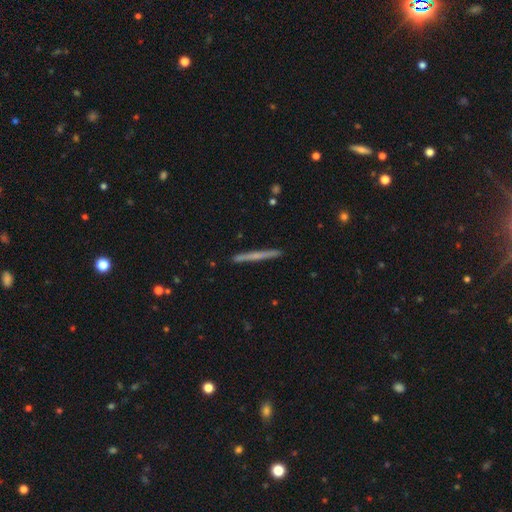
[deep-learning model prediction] Q: Smooth or featured?
A: smooth (51%); runner-up: featured or disk (43%)
Q: How rounded?
A: cigar-shaped (97%); runner-up: in between (2%)
Q: Merging?
A: none (91%); runner-up: minor disturbance (6%)